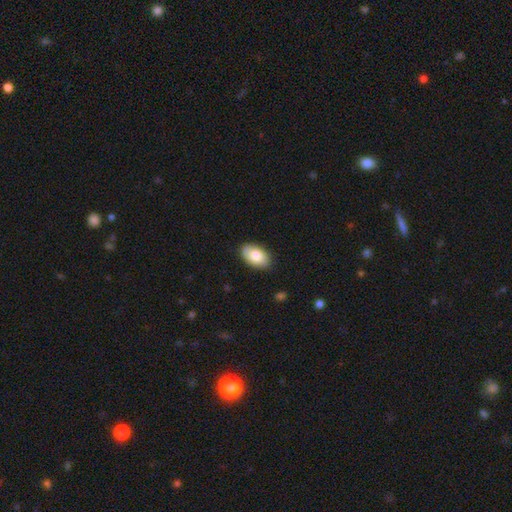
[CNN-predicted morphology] Overall: smooth (82%). How rounded: in between (94%). Merging: none (86%).